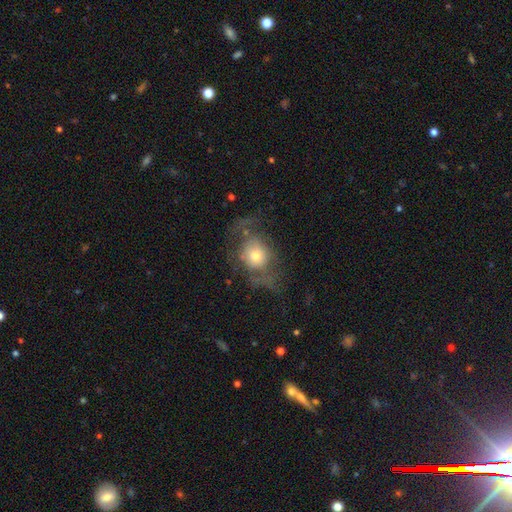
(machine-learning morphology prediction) Smooth or featured? Predicted: smooth (p=0.54). How rounded? Predicted: round (p=0.66). Merging? Predicted: major disturbance (p=0.40).